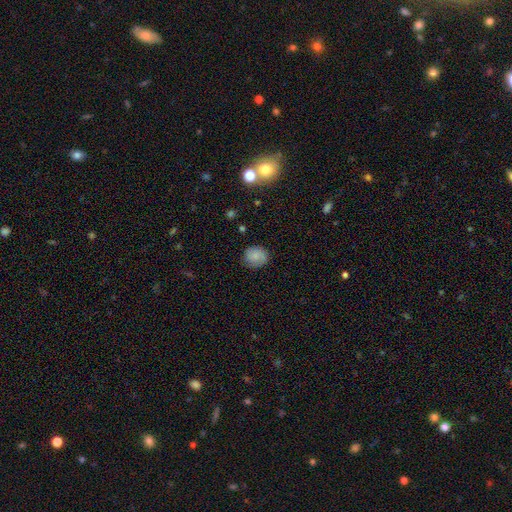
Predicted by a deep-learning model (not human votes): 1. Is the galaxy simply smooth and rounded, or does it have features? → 61% smooth, 30% featured or disk, 9% star or artifact.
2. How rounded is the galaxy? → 77% round, 22% in between, 1% cigar-shaped.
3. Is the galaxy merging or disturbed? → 77% none, 17% minor disturbance, 5% major disturbance, 1% merger.